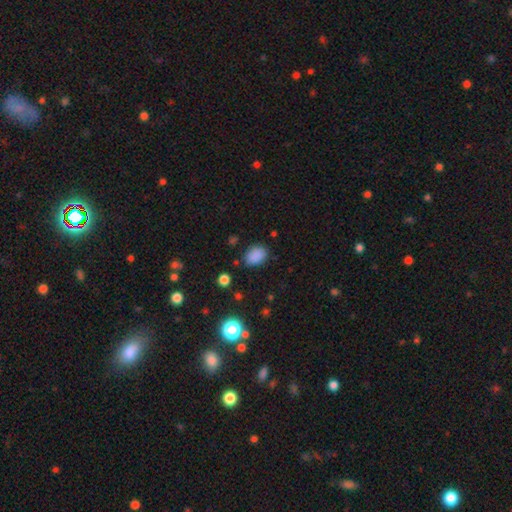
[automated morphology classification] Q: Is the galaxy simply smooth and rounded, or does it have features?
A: smooth — 85%.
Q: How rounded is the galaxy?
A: in between — 75%.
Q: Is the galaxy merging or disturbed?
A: none — 79%.